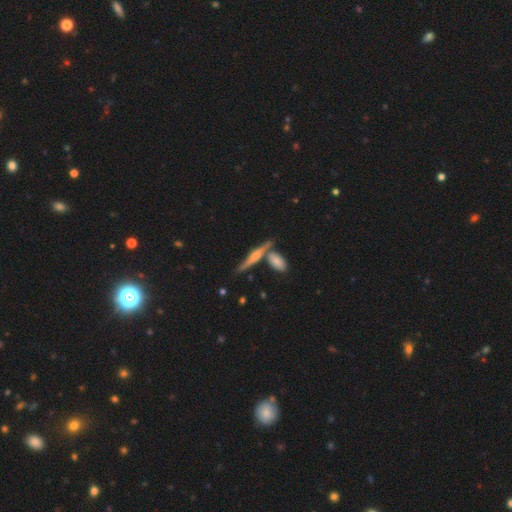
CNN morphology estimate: A featured or disk galaxy (61%) viewed edge-on (92%) with a rounded central bulge (63%).

Vote fractions:
- Smooth or featured? featured or disk: 61% / smooth: 32% / star or artifact: 8%
- Edge-on disk? yes: 92% / no: 8%
- Edge-on bulge? rounded: 63% / boxy: 20% / none: 17%
- Merging? none: 64% / merger: 20% / minor disturbance: 12% / major disturbance: 4%